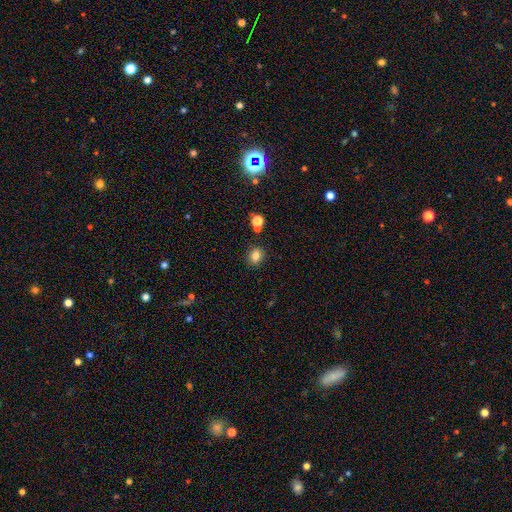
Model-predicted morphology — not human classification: type=smooth (80%); roundness=round (53%); merging=none (83%).